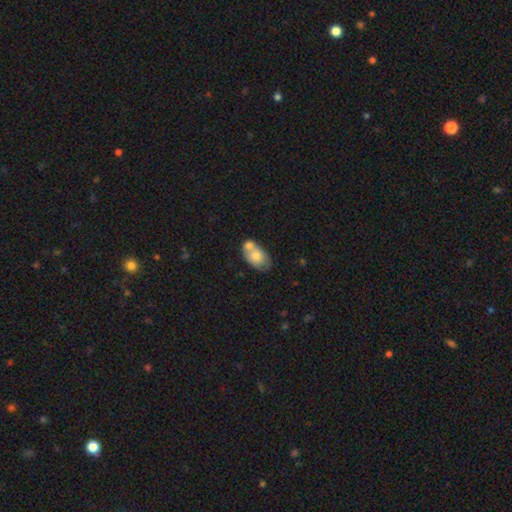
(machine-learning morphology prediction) Smooth or featured?
  - smooth: 70% *
  - featured or disk: 23%
  - star or artifact: 7%
How rounded?
  - in between: 87% *
  - round: 11%
  - cigar-shaped: 2%
Merging?
  - merger: 48% *
  - none: 34%
  - minor disturbance: 14%
  - major disturbance: 5%